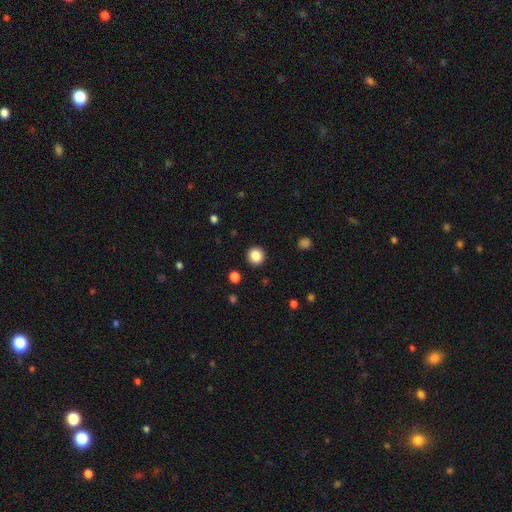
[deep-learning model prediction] A smooth galaxy with no disk features (86%) that is round (94%). Merging: none (92%).